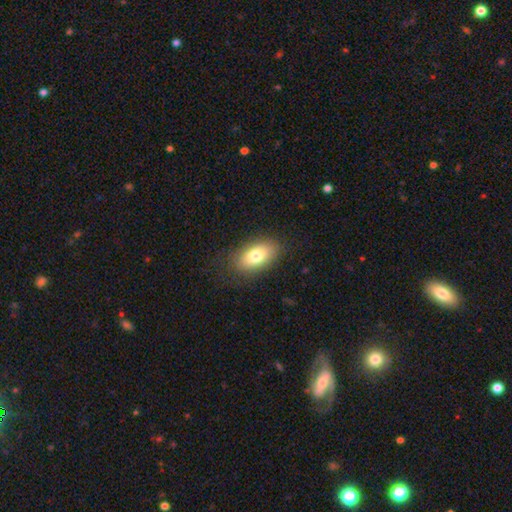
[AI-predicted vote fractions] Q: Smooth or featured?
A: smooth (77%); runner-up: featured or disk (15%)
Q: How rounded?
A: in between (90%); runner-up: round (6%)
Q: Merging?
A: none (84%); runner-up: minor disturbance (11%)